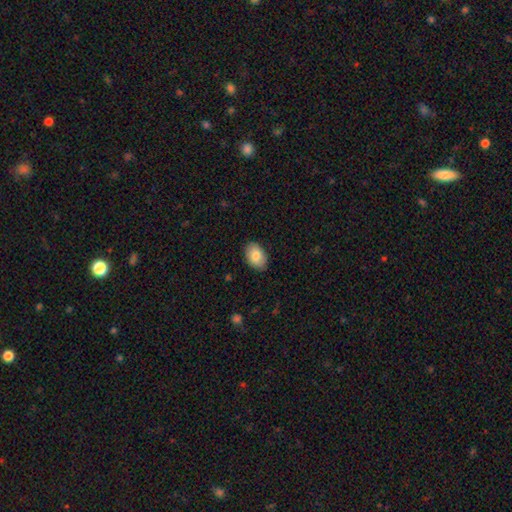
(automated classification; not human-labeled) This appears to be a smooth galaxy with no disk features (83%) that is in between round and cigar-shaped (86%). Merging: none (87%).